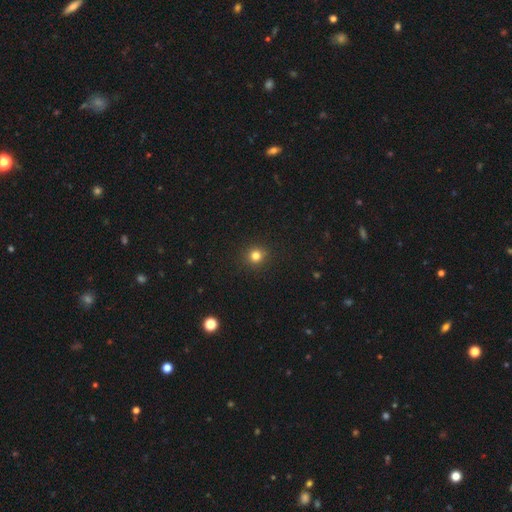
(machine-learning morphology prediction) This is clearly a smooth galaxy (81%). How rounded: clearly round (92%). Merging: clearly none (92%).